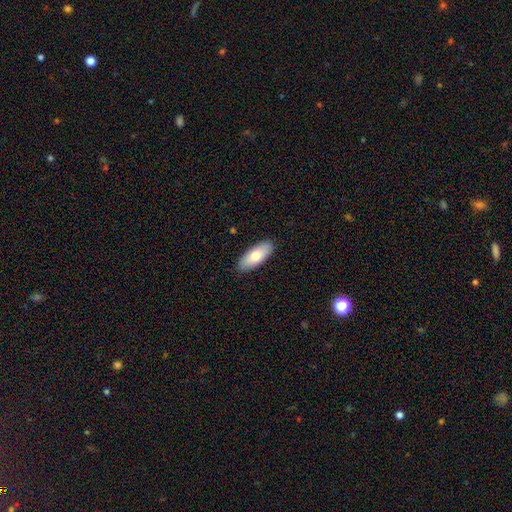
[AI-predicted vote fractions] This is likely a smooth galaxy (75%). How rounded: clearly in between (83%). Merging: clearly none (89%).